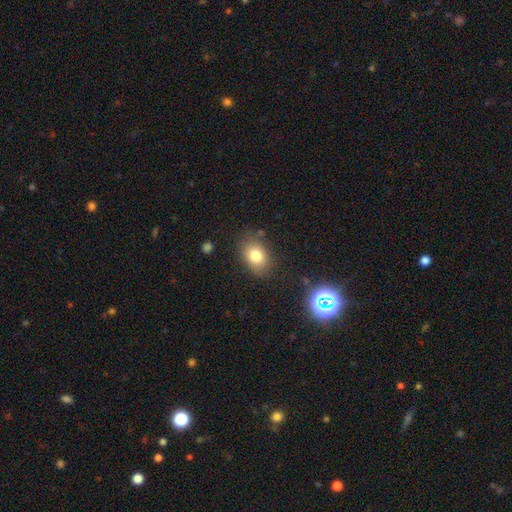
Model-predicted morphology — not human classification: Smooth or featured? Predicted: smooth (p=0.79). How rounded? Predicted: in between (p=0.73). Merging? Predicted: none (p=0.80).